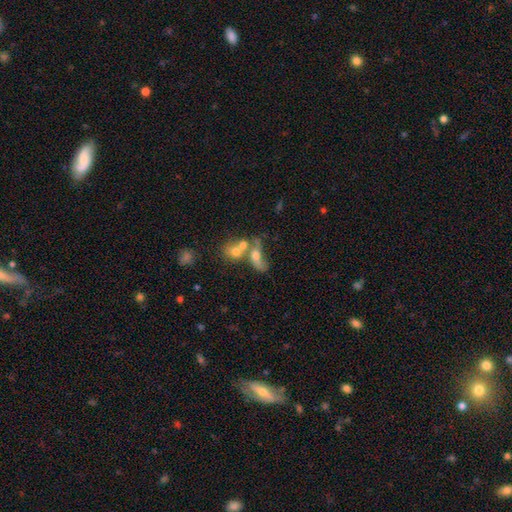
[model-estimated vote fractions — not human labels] This appears to be a smooth galaxy with no disk features (52%) that is in between round and cigar-shaped (64%). Merging: merger (67%).